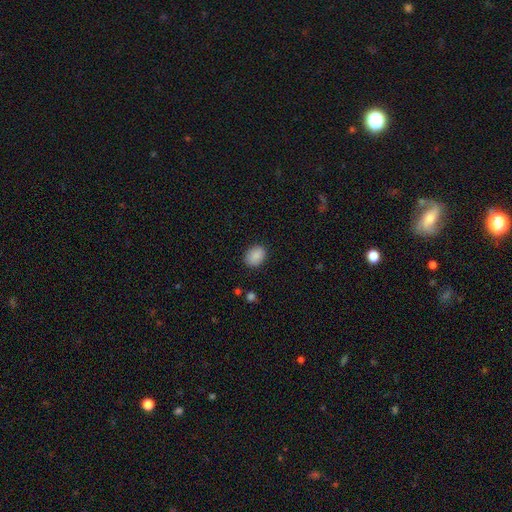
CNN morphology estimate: Smooth or featured?
  - smooth: 89% *
  - star or artifact: 8%
  - featured or disk: 4%
How rounded?
  - in between: 61% *
  - round: 38%
  - cigar-shaped: 1%
Merging?
  - none: 86% *
  - minor disturbance: 10%
  - major disturbance: 3%
  - merger: 1%